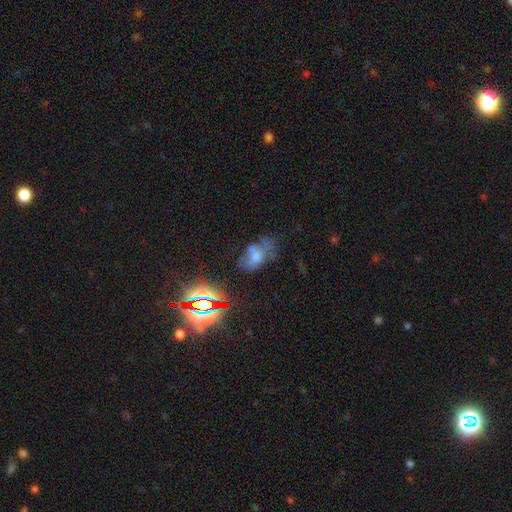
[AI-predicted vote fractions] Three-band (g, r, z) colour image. It shows a star or artifact, not a galaxy (38%).